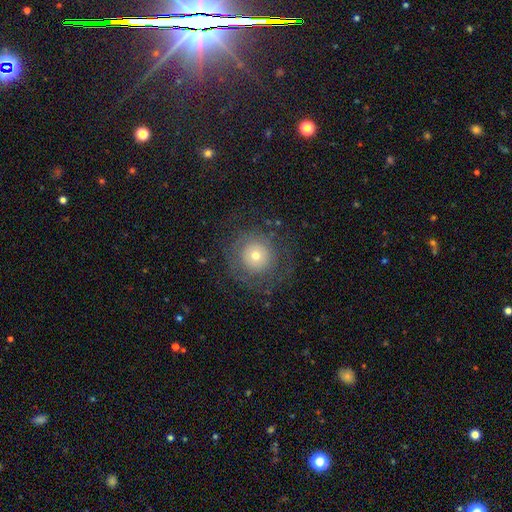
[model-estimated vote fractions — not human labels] Smooth or featured?
  - smooth: 54% *
  - featured or disk: 34%
  - star or artifact: 12%
How rounded?
  - round: 93% *
  - in between: 6%
  - cigar-shaped: 1%
Merging?
  - none: 74% *
  - minor disturbance: 13%
  - major disturbance: 12%
  - merger: 1%